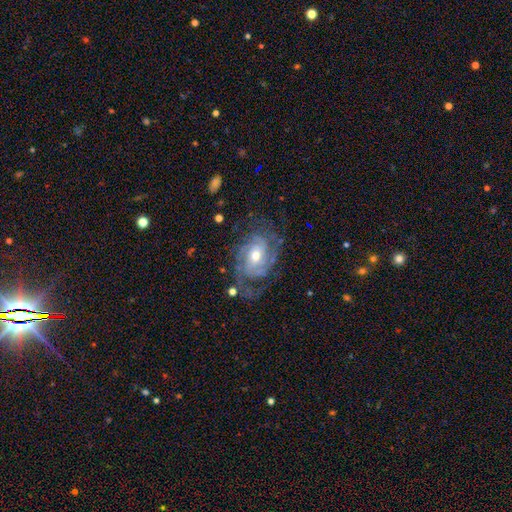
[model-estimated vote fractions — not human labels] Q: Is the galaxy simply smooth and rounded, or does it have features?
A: featured or disk — 88%.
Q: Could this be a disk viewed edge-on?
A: no — 97%.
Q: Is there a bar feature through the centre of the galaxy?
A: no — 64%.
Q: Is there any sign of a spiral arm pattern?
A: yes — 96%.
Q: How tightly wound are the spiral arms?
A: tight — 59%.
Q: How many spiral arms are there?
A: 2 — 26%, tied with can't tell.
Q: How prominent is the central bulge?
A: moderate — 64%.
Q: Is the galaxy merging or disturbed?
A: none — 64%.